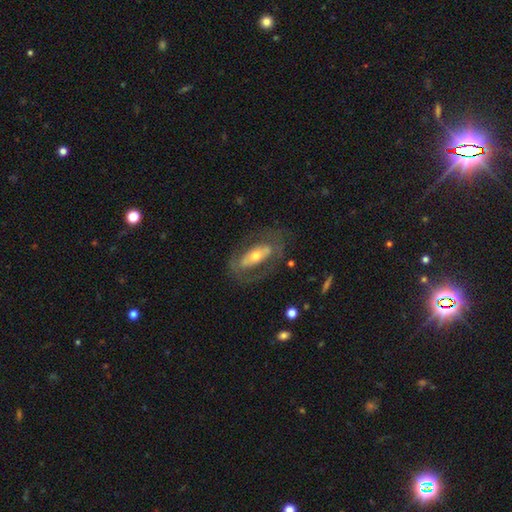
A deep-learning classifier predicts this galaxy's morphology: This appears to be a featured or disk galaxy (64%) with no bar (46%), no spiral arms (60%) and a moderate central bulge (56%). Merging: none (66%).